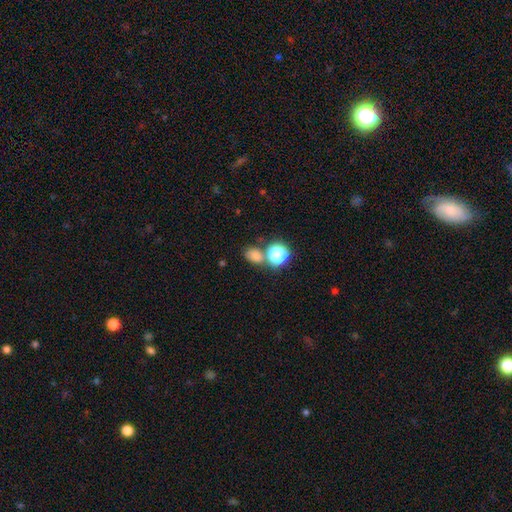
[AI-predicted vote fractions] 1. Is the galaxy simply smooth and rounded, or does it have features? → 72% smooth, 21% star or artifact, 7% featured or disk.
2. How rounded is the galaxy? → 51% in between, 47% round, 1% cigar-shaped.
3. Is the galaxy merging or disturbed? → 65% none, 20% merger, 11% minor disturbance, 4% major disturbance.